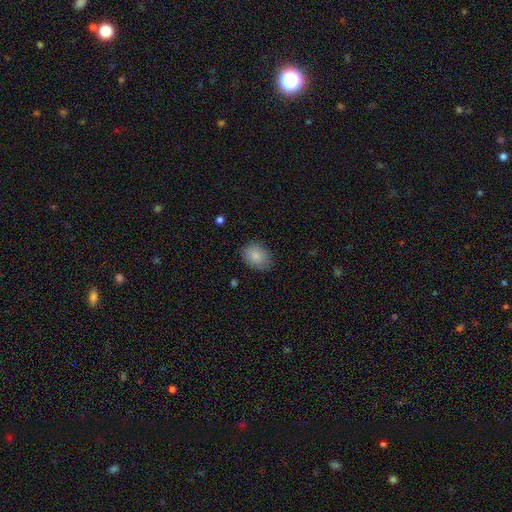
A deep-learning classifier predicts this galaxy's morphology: This is clearly a smooth galaxy (86%). How rounded: likely in between (66%). Merging: likely none (80%).